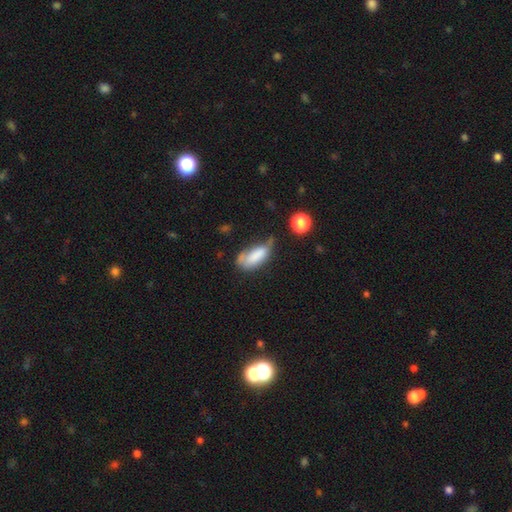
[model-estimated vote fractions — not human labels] smooth-or-featured: smooth: 71% | featured or disk: 20% | star or artifact: 9%
  how-rounded: in between: 82% | cigar-shaped: 15% | round: 3%
  merging: minor disturbance: 35% | none: 27% | major disturbance: 27% | merger: 11%